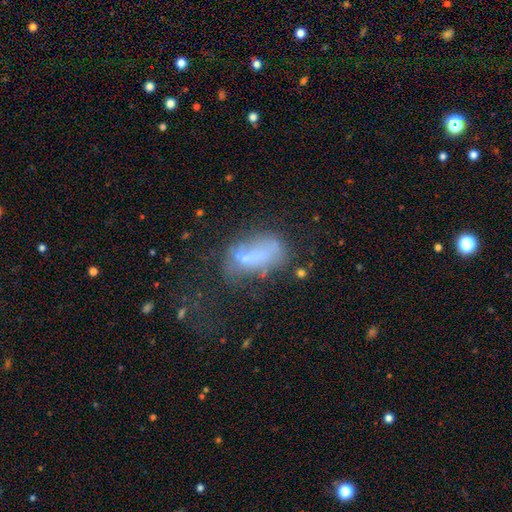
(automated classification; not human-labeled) The model was most divided on "merging": major disturbance: 32%, none: 31%, minor disturbance: 23%, merger: 14%. Remaining: smooth or featured — smooth (48%).